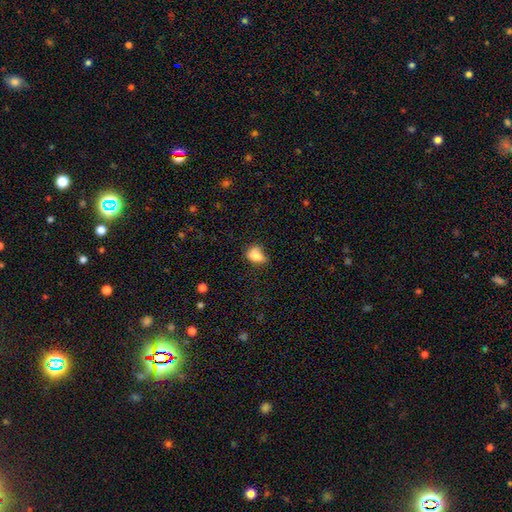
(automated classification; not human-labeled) This is clearly a smooth galaxy (81%). How rounded: likely in between (79%). Merging: marginally none (44%).